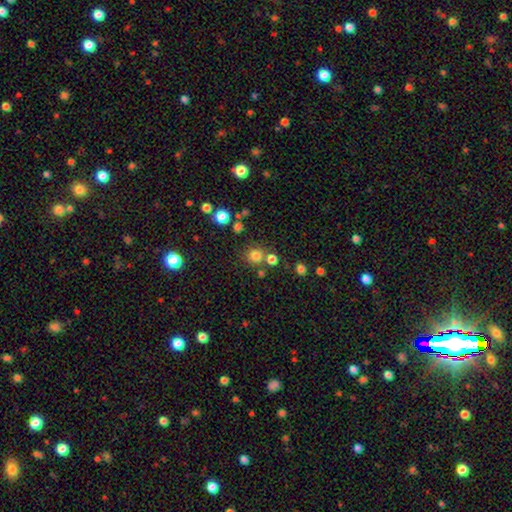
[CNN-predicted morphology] type=smooth (77%); roundness=round (90%); merging=none (74%).